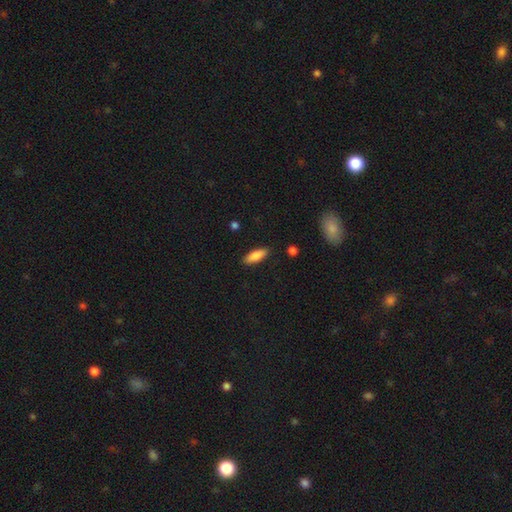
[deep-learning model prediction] Smooth or featured? Predicted: smooth (p=0.84). How rounded? Predicted: in between (p=0.66). Merging? Predicted: none (p=0.87).